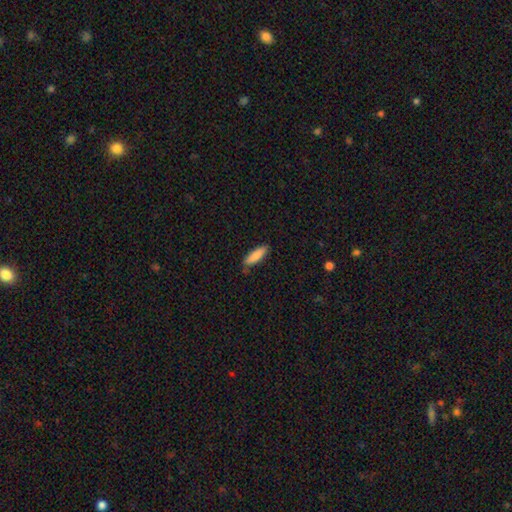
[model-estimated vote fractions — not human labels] This appears to be a smooth galaxy with no disk features (85%) that is cigar-shaped (63%). Merging: none (81%).